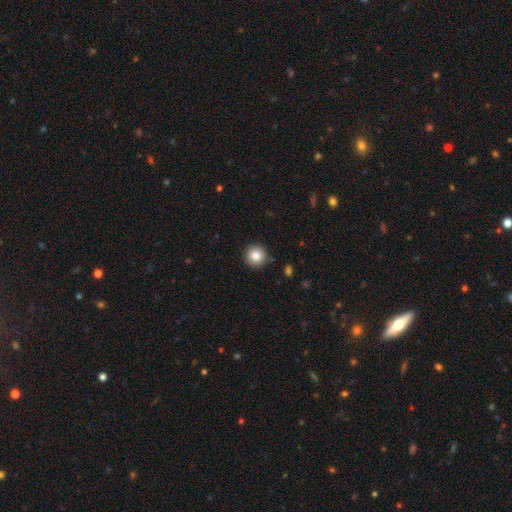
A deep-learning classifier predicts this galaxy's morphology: smooth 85%, star or artifact 9%, featured or disk 6%. Down the decision tree: how rounded — round (95%); merging — none (90%).